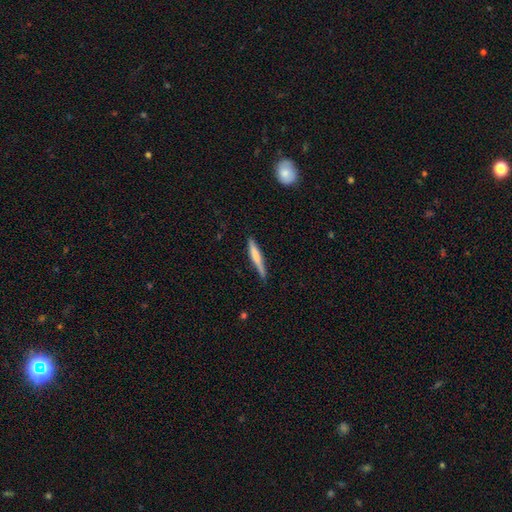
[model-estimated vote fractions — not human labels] Smooth or featured? Predicted: smooth (p=0.59). How rounded? Predicted: cigar-shaped (p=0.93). Merging? Predicted: none (p=0.81).